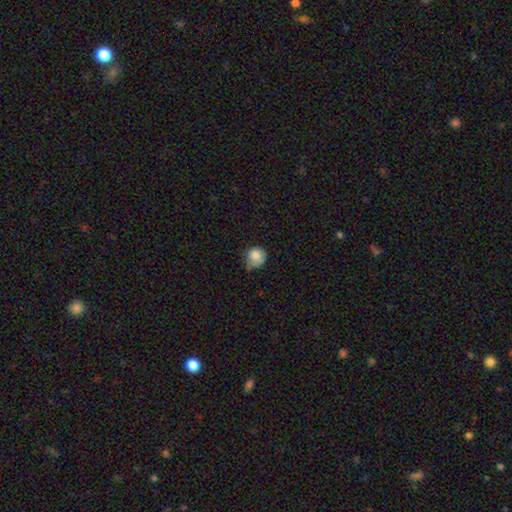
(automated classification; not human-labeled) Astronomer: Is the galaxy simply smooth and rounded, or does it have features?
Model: smooth — 83%.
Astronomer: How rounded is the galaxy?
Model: round — 85%.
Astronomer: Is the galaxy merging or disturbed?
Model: none — 47% (runner-up: minor disturbance, 39%).